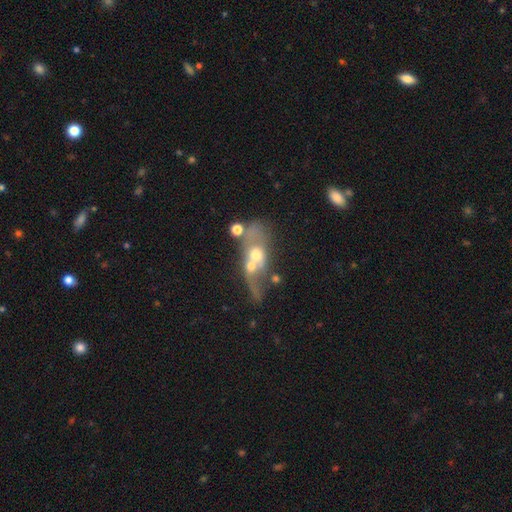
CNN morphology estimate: Q: Smooth or featured?
A: featured or disk (51%); runner-up: smooth (37%)
Q: Edge-on disk?
A: no (84%); runner-up: yes (16%)
Q: Merging?
A: merger (54%); runner-up: none (21%)